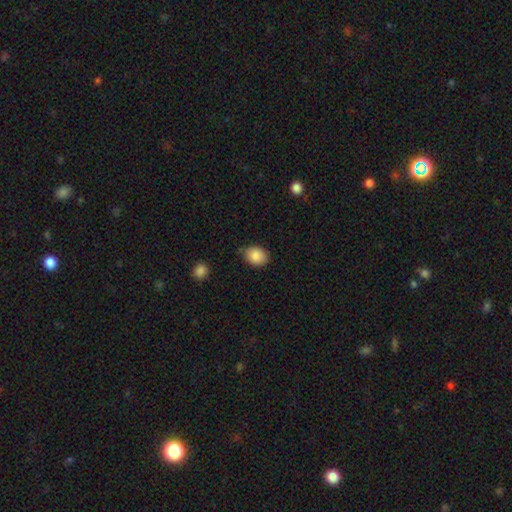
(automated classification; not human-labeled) Smooth or featured?
  - smooth: 87% *
  - star or artifact: 8%
  - featured or disk: 5%
How rounded?
  - in between: 60% *
  - round: 39%
  - cigar-shaped: 1%
Merging?
  - none: 72% *
  - minor disturbance: 22%
  - major disturbance: 3%
  - merger: 2%